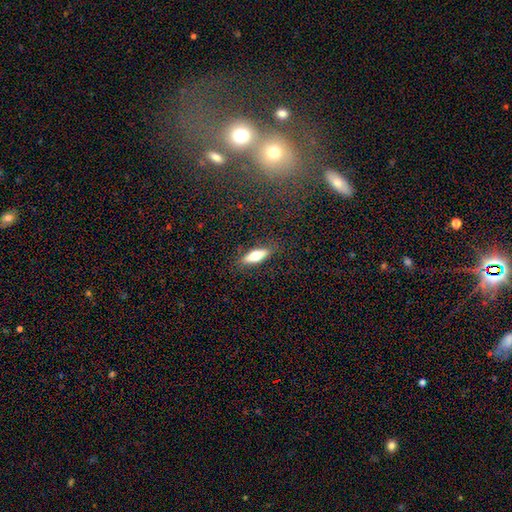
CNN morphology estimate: The model was most divided on "how rounded": in between: 51%, cigar-shaped: 47%, round: 3%. More confident: merging — none (86%); smooth or featured — smooth (61%).